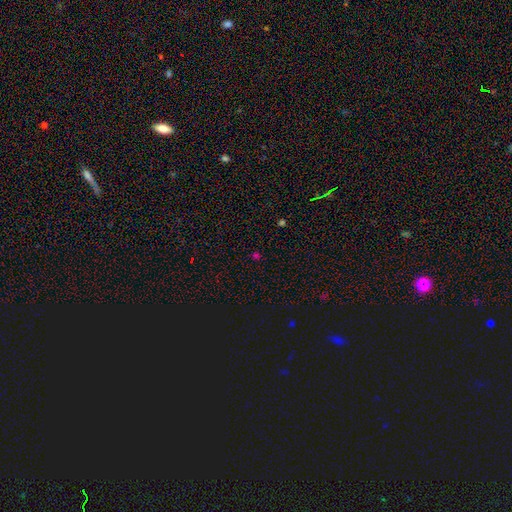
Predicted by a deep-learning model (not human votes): A star or artifact, not a galaxy (53%).